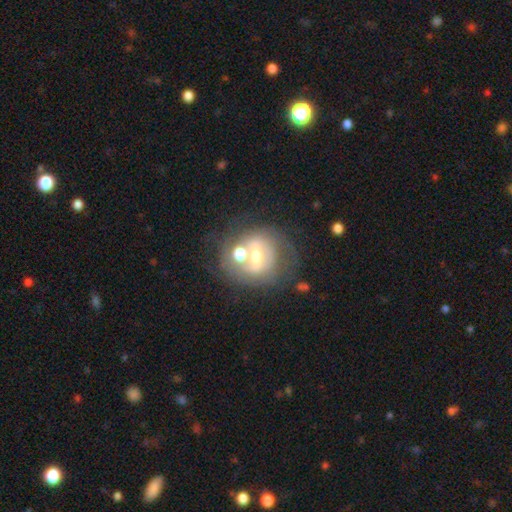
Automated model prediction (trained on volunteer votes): smooth_or_featured: featured or disk (p=0.62) [alt: smooth p=0.27]
disk_edge_on: no (p=0.95) [alt: yes p=0.05]
bar: weak (p=0.35) [alt: no p=0.34]
has_spiral_arms: no (p=0.55) [alt: yes p=0.45]
bulge_size: moderate (p=0.62) [alt: small p=0.28]
merging: none (p=0.47) [alt: merger p=0.27]